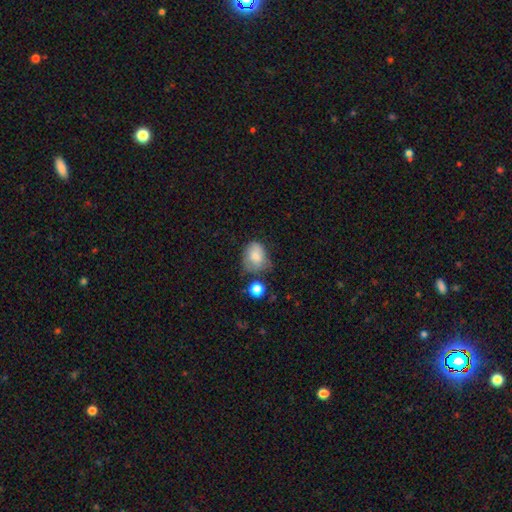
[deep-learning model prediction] Overall: smooth (74%). How rounded: in between (60%; round 39%). Merging: none (41%; minor disturbance 36%).